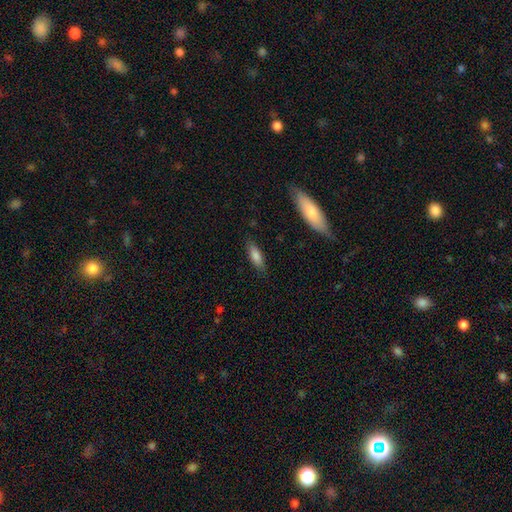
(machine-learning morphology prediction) A smooth galaxy with no disk features (82%) that is in between round and cigar-shaped (61%).

Vote fractions:
- Smooth or featured? smooth: 82% / featured or disk: 11% / star or artifact: 7%
- How rounded? in between: 61% / cigar-shaped: 37% / round: 2%
- Merging? none: 83% / minor disturbance: 12% / major disturbance: 3% / merger: 2%